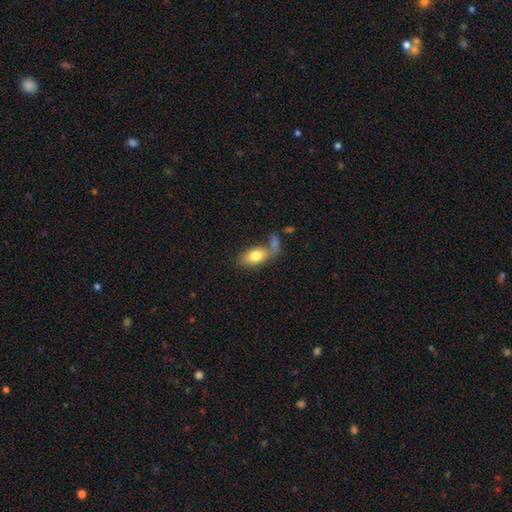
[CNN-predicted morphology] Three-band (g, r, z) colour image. It shows a smooth galaxy with no disk features (79%) that is in between round and cigar-shaped (89%). Merging: none (47%).